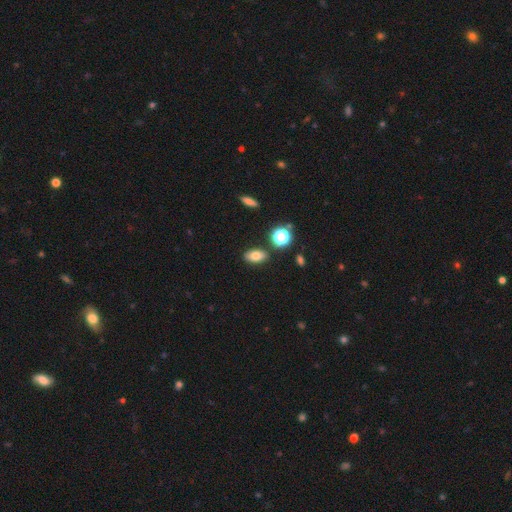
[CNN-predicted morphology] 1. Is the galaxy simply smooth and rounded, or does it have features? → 77% smooth, 13% star or artifact, 11% featured or disk.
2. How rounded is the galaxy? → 86% in between, 10% round, 5% cigar-shaped.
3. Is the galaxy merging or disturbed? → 85% none, 9% minor disturbance, 4% merger, 2% major disturbance.